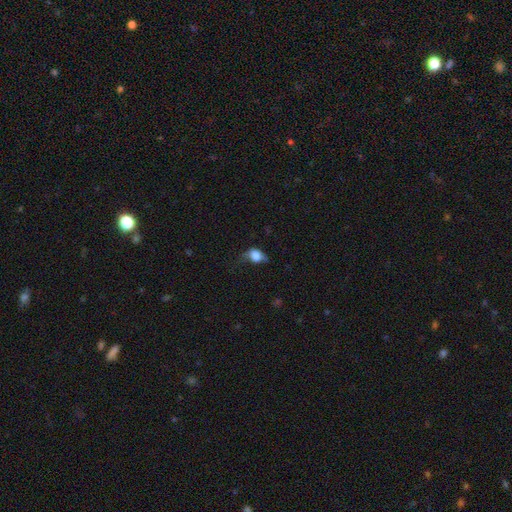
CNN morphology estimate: A smooth galaxy with no disk features (77%) that is in between round and cigar-shaped (61%).

Vote fractions:
- Smooth or featured? smooth: 77% / featured or disk: 14% / star or artifact: 9%
- How rounded? in between: 61% / round: 37% / cigar-shaped: 2%
- Merging? minor disturbance: 35% / none: 31% / major disturbance: 31% / merger: 3%